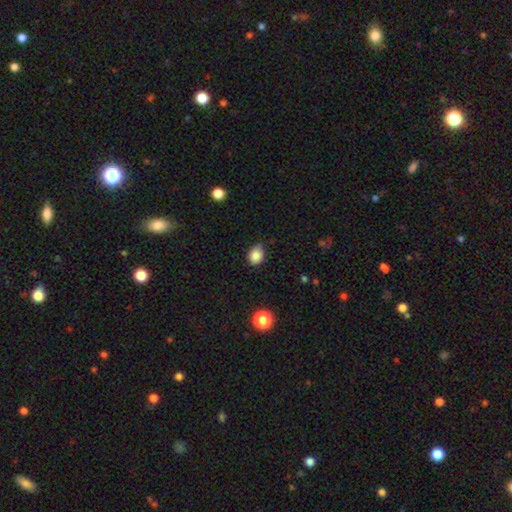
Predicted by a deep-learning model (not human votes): Smooth or featured? smooth (85%)
How rounded? round (53%)
Merging? none (64%)